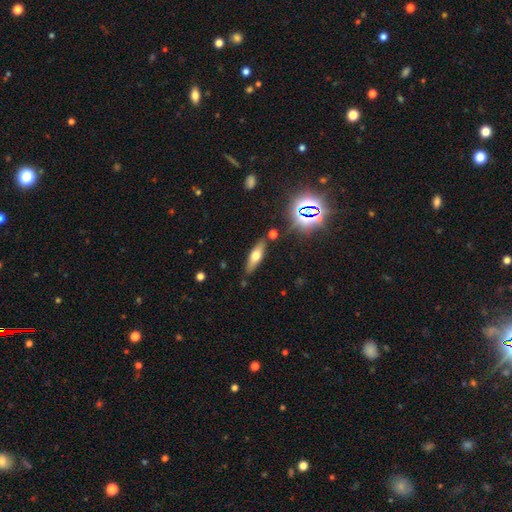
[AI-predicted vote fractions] smooth 53%, featured or disk 35%, star or artifact 12%. Down the decision tree: how rounded — cigar-shaped (51%); merging — none (81%).